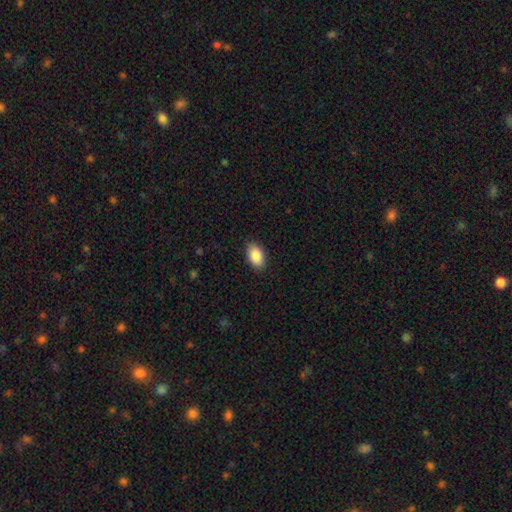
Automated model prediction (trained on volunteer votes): This appears to be a smooth galaxy with no disk features (89%) that is in between round and cigar-shaped (93%). Merging: none (88%).